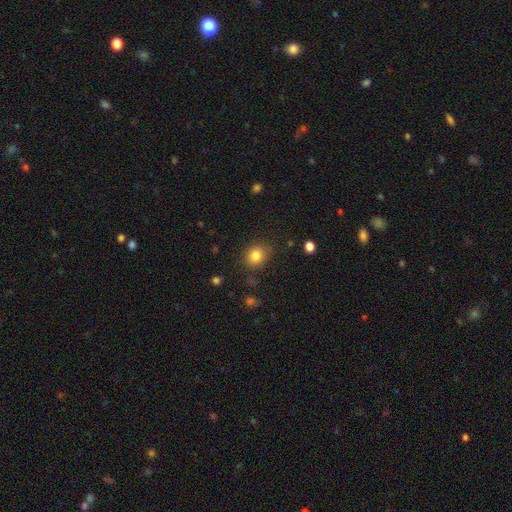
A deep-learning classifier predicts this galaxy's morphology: Smooth or featured?
  - smooth: 82% *
  - star or artifact: 11%
  - featured or disk: 6%
How rounded?
  - round: 74% *
  - in between: 25%
  - cigar-shaped: 1%
Merging?
  - none: 84% *
  - minor disturbance: 11%
  - major disturbance: 3%
  - merger: 2%